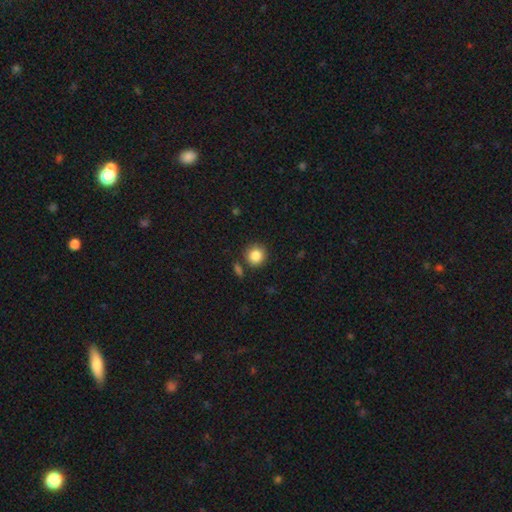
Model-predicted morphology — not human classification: Smooth or featured?
  - smooth: 86% *
  - star or artifact: 9%
  - featured or disk: 5%
How rounded?
  - round: 92% *
  - in between: 7%
  - cigar-shaped: 1%
Merging?
  - none: 83% *
  - minor disturbance: 8%
  - merger: 6%
  - major disturbance: 3%